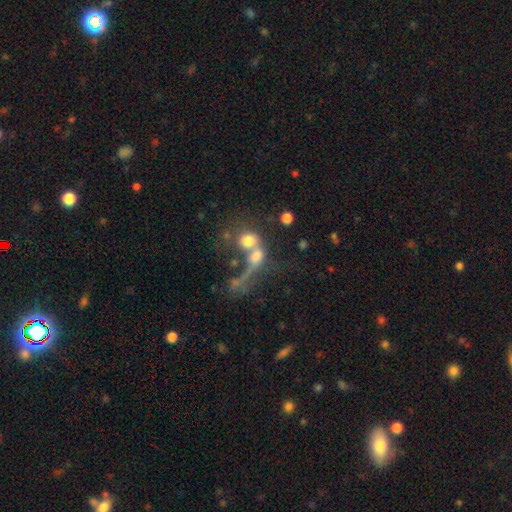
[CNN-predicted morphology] smooth_or_featured: smooth (p=0.39) [alt: featured or disk p=0.31]
merging: merger (p=0.53) [alt: none p=0.25]